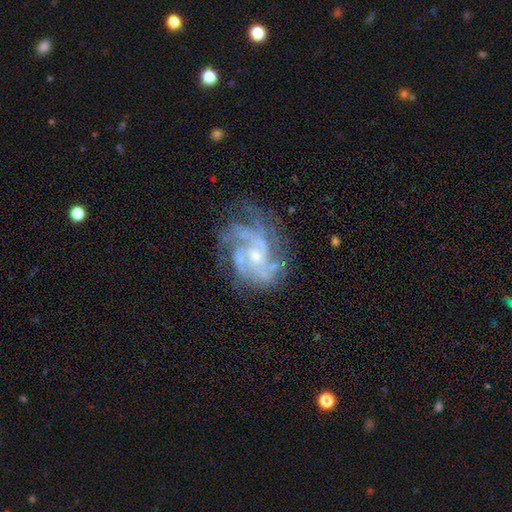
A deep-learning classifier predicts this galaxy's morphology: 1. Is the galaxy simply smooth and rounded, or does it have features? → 86% featured or disk, 7% star or artifact, 7% smooth.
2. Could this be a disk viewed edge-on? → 98% no, 2% yes.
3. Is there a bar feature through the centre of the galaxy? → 67% no, 27% weak, 5% strong.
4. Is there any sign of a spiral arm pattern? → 94% yes, 6% no.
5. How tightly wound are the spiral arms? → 49% tight, 40% medium, 11% loose.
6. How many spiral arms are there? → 28% can't tell, 25% 3, 19% 4, 14% 2, 7% more than 4, 6% 1.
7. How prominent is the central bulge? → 57% small, 36% moderate, 4% none, 2% large, 1% dominant.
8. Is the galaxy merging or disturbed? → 61% none, 20% minor disturbance, 16% major disturbance, 3% merger.